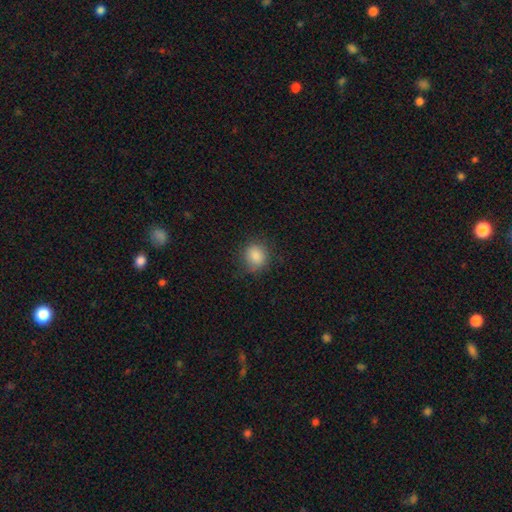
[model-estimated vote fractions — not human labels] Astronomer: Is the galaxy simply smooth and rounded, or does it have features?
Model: smooth — 86%.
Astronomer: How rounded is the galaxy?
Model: round — 76%.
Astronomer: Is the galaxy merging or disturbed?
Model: none — 77%.